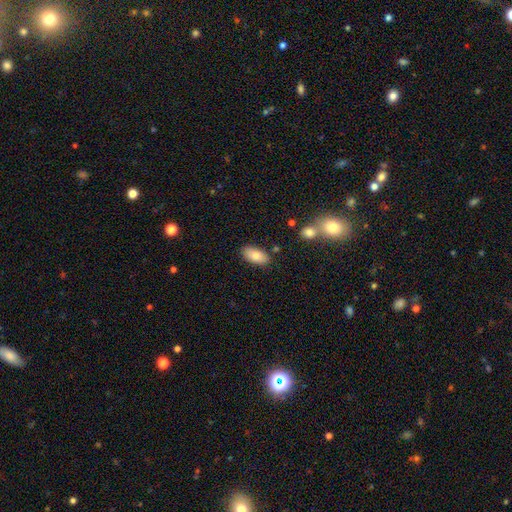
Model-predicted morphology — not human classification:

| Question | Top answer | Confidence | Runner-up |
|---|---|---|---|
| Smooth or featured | smooth | 83% | featured or disk (10%) |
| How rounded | in between | 92% | cigar-shaped (5%) |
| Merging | none | 82% | minor disturbance (12%) |